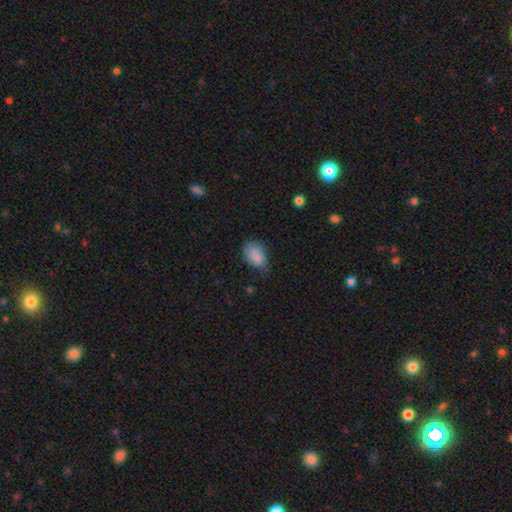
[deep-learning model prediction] This appears to be a smooth galaxy with no disk features (81%) that is in between round and cigar-shaped (84%). Merging: none (51%).